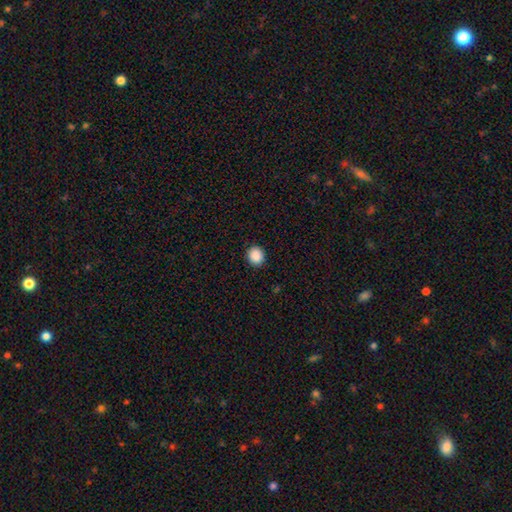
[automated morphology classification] A smooth galaxy with no disk features (89%) that is round (84%).

Vote fractions:
- Smooth or featured? smooth: 89% / star or artifact: 9% / featured or disk: 2%
- How rounded? round: 84% / in between: 15% / cigar-shaped: 1%
- Merging? none: 91% / minor disturbance: 6% / major disturbance: 2% / merger: 1%